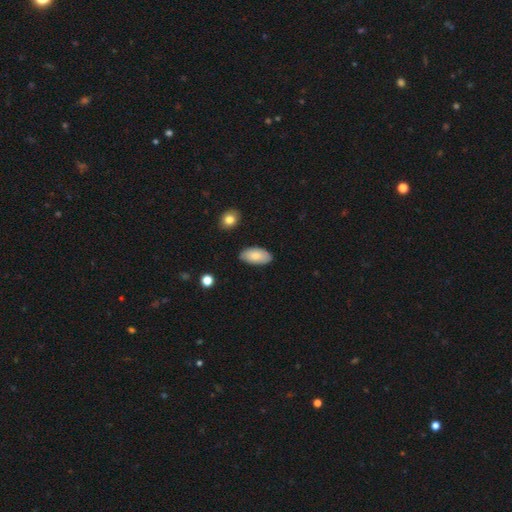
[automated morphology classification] smooth_or_featured: smooth (p=0.80) [alt: featured or disk p=0.14]
how_rounded: in between (p=0.95) [alt: cigar-shaped p=0.03]
merging: none (p=0.83) [alt: minor disturbance p=0.13]